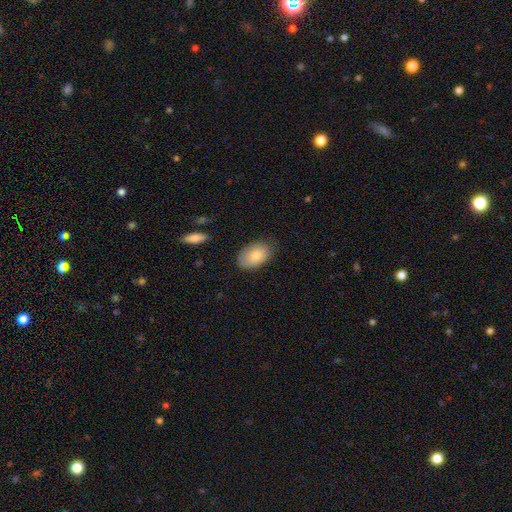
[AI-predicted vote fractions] Smooth or featured?
  - smooth: 80% *
  - featured or disk: 13%
  - star or artifact: 6%
How rounded?
  - in between: 90% *
  - round: 9%
  - cigar-shaped: 1%
Merging?
  - none: 74% *
  - minor disturbance: 20%
  - major disturbance: 5%
  - merger: 1%